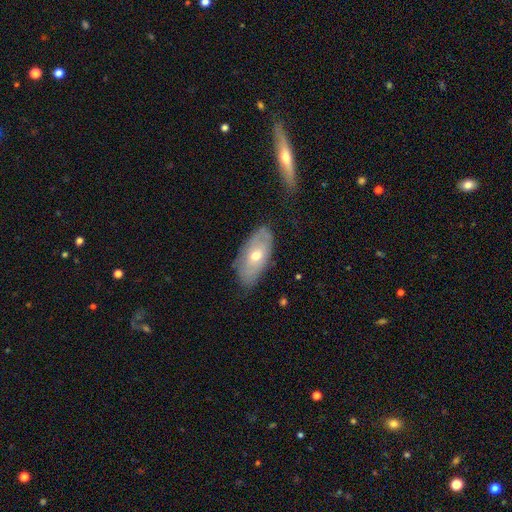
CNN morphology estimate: smooth_or_featured: featured or disk (p=0.49) [alt: smooth p=0.43]
merging: none (p=0.74) [alt: minor disturbance p=0.19]